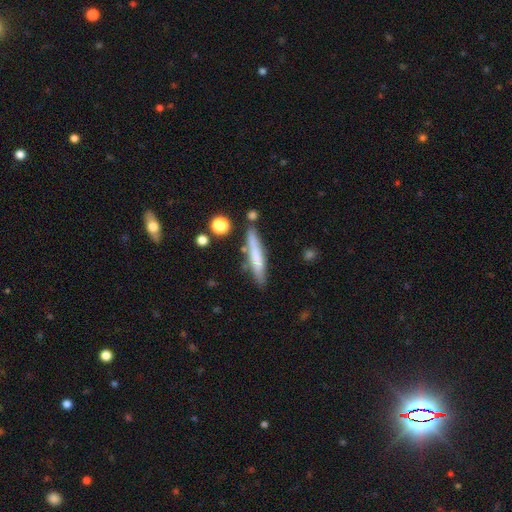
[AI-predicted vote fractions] Q: Smooth or featured?
A: smooth (65%); runner-up: featured or disk (28%)
Q: How rounded?
A: cigar-shaped (91%); runner-up: in between (7%)
Q: Merging?
A: none (75%); runner-up: minor disturbance (15%)